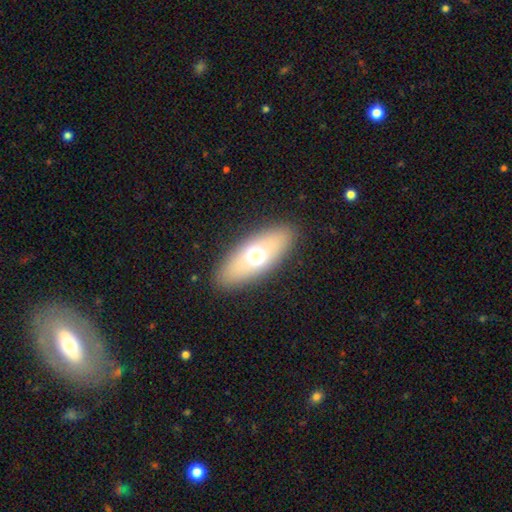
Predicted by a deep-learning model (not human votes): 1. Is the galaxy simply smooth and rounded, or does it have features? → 61% smooth, 29% featured or disk, 10% star or artifact.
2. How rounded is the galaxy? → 72% in between, 21% cigar-shaped, 7% round.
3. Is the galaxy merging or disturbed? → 88% none, 7% minor disturbance, 4% major disturbance, 1% merger.